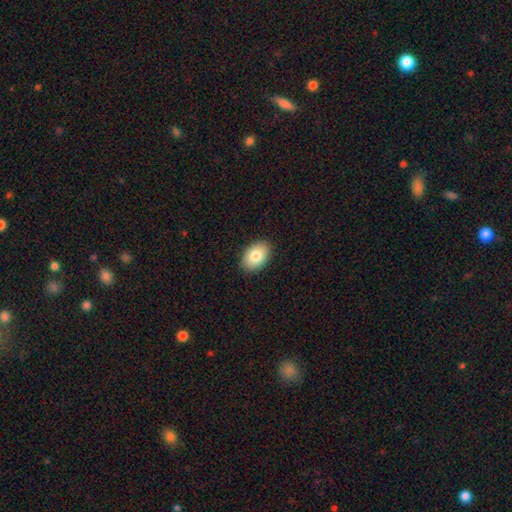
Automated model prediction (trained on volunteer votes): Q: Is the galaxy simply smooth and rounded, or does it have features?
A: smooth — 83%.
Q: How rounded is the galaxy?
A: in between — 87%.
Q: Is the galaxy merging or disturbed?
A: none — 90%.